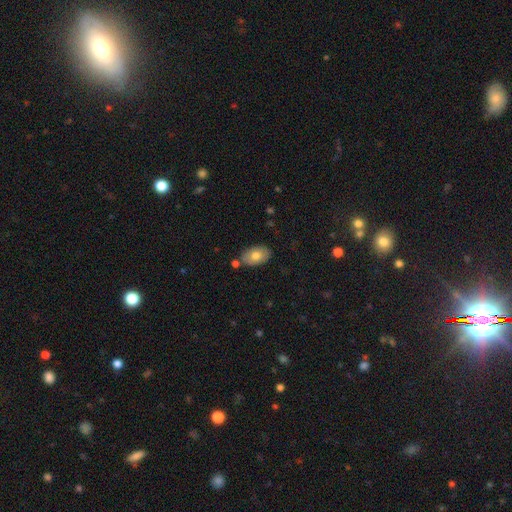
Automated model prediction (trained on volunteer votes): smooth-or-featured: smooth: 73% | featured or disk: 21% | star or artifact: 7%
  how-rounded: in between: 91% | round: 8% | cigar-shaped: 1%
  merging: none: 77% | minor disturbance: 13% | merger: 7% | major disturbance: 3%